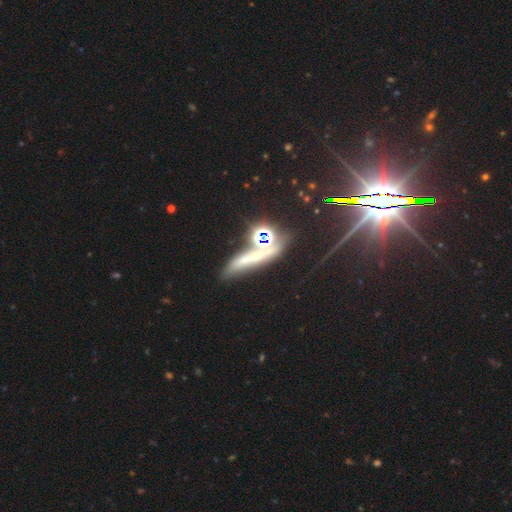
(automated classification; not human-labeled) star or artifact 39%, featured or disk 33%, smooth 28%.